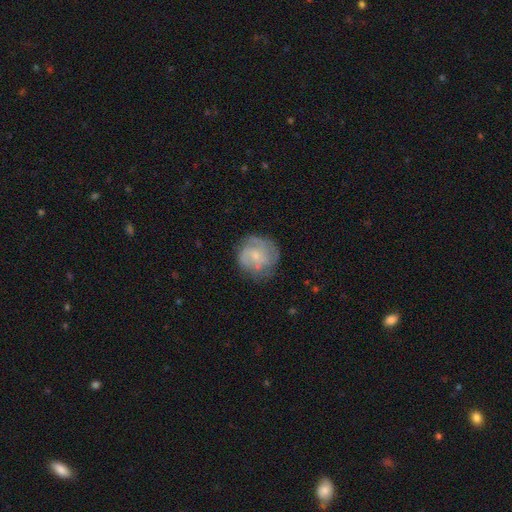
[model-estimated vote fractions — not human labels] featured or disk 54%, smooth 38%, star or artifact 7%. Down the decision tree: edge-on disk — no (98%); bar — no (67%); spiral arms — yes (73%); bulge size — small (60%); merging — none (65%).